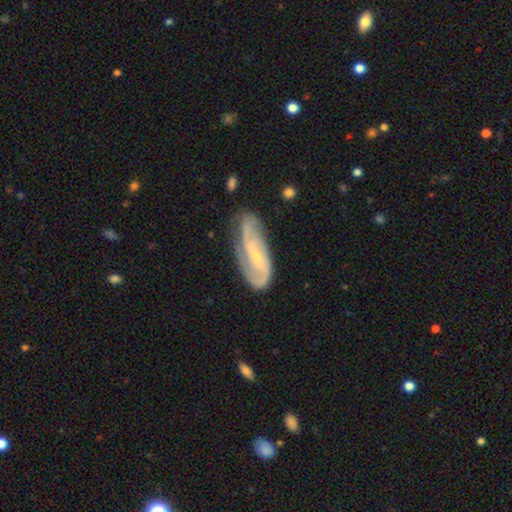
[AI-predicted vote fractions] Smooth or featured? featured or disk (83%)
Edge-on disk? no (93%)
Bar? weak (38%)
Spiral arms? yes (95%)
Spiral winding? medium (44%)
Spiral arm count? 2 (74%)
Bulge size? small (74%)
Merging? none (66%)